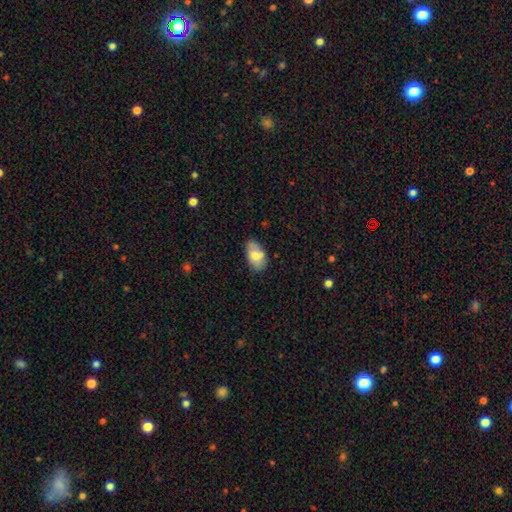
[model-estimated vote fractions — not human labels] Overall: smooth (75%). How rounded: in between (92%). Merging: none (61%; minor disturbance 26%).